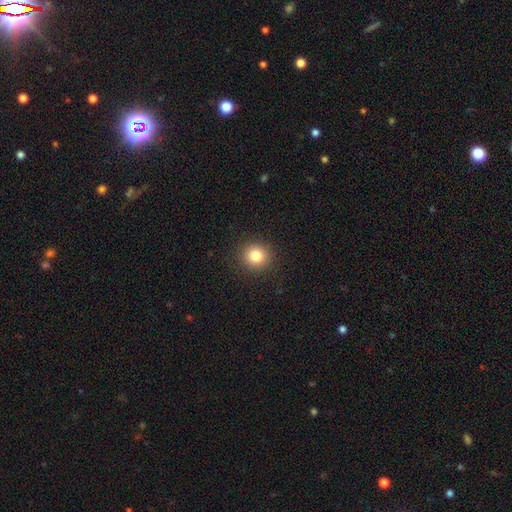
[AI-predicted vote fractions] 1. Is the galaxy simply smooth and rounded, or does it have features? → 83% smooth, 11% star or artifact, 6% featured or disk.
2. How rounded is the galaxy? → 91% round, 8% in between, 1% cigar-shaped.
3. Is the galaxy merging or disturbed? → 91% none, 6% minor disturbance, 2% major disturbance, 1% merger.